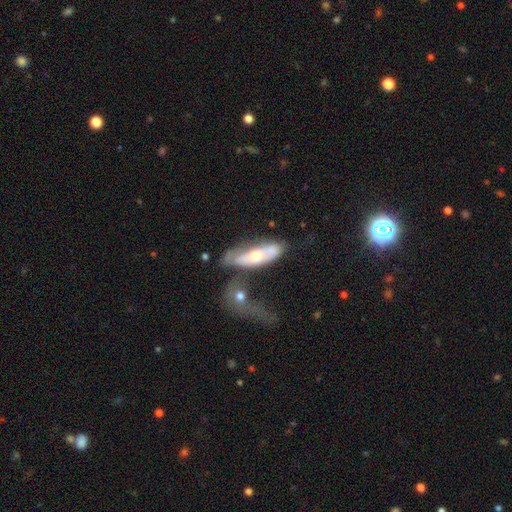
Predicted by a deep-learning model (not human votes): A featured or disk galaxy (54%). Merging: none (35%).